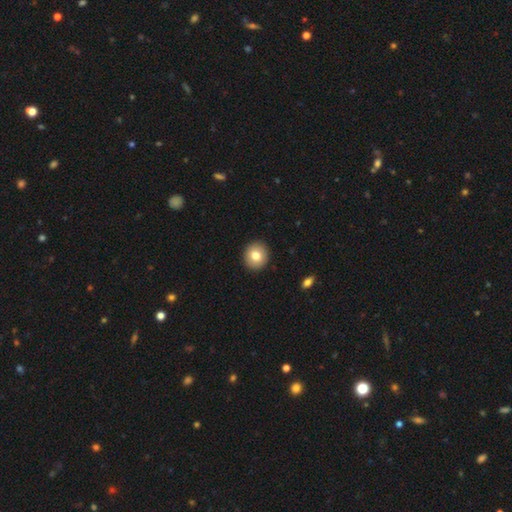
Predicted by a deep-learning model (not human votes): Q: Smooth or featured?
A: smooth (80%); runner-up: featured or disk (11%)
Q: How rounded?
A: round (87%); runner-up: in between (12%)
Q: Merging?
A: none (92%); runner-up: minor disturbance (5%)